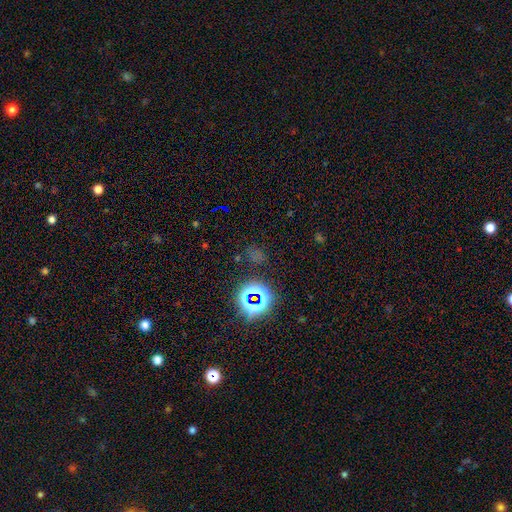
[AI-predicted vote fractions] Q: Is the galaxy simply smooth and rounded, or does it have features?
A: star or artifact — 63%.